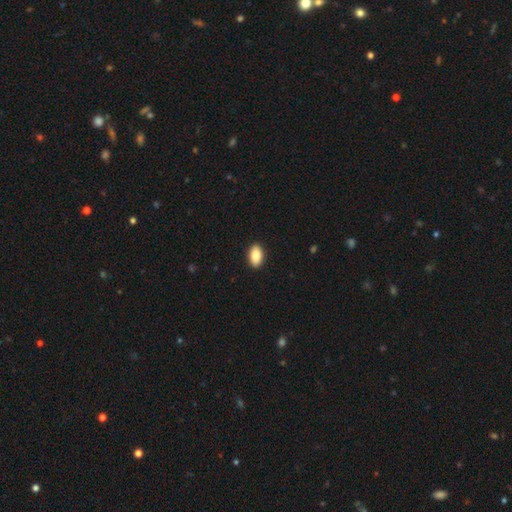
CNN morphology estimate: A smooth galaxy with no disk features (86%) that is in between round and cigar-shaped (93%).

Vote fractions:
- Smooth or featured? smooth: 86% / featured or disk: 8% / star or artifact: 7%
- How rounded? in between: 93% / round: 5% / cigar-shaped: 2%
- Merging? none: 91% / minor disturbance: 6% / major disturbance: 2% / merger: 1%